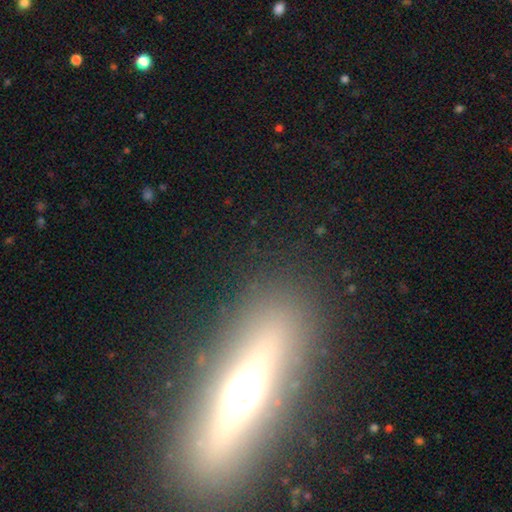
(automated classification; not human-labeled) Q: Smooth or featured?
A: featured or disk (53%); runner-up: smooth (30%)
Q: Edge-on disk?
A: yes (74%); runner-up: no (26%)
Q: Merging?
A: none (81%); runner-up: minor disturbance (10%)